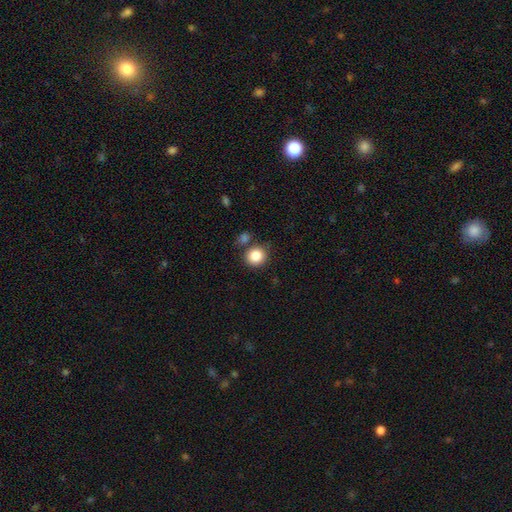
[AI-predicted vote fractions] smooth_or_featured: smooth (p=0.85) [alt: star or artifact p=0.09]
how_rounded: round (p=0.90) [alt: in between p=0.09]
merging: none (p=0.75) [alt: merger p=0.12]